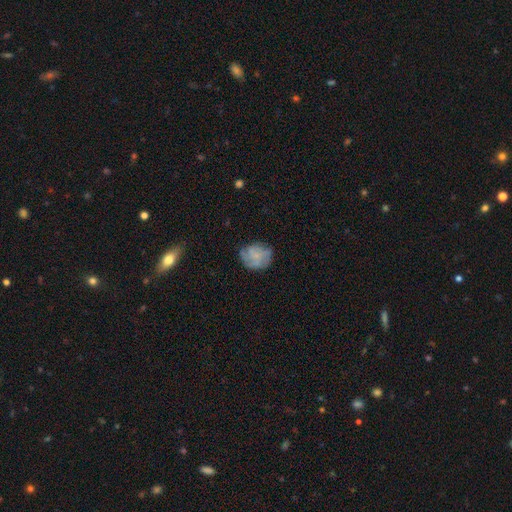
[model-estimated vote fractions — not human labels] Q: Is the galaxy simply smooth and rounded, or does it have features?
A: smooth — 46%.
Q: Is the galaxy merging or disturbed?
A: none — 66%.